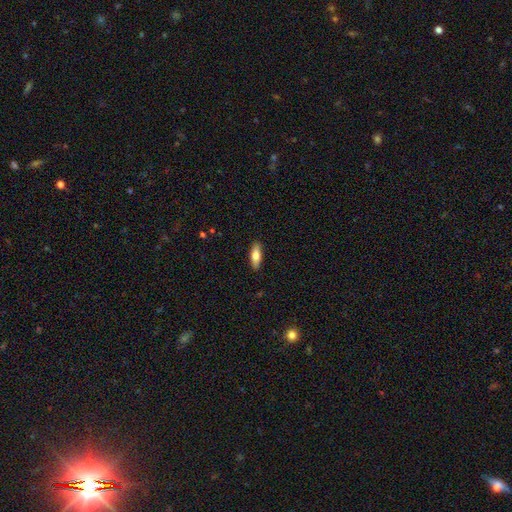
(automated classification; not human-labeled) smooth 74%, featured or disk 20%, star or artifact 6%. Down the decision tree: how rounded — in between (64%); merging — none (89%).